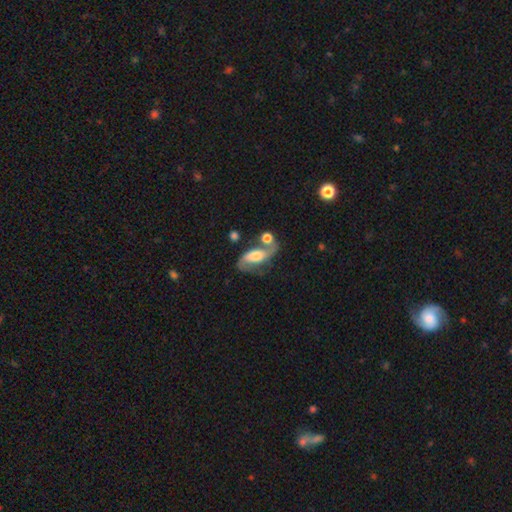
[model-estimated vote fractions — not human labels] Smooth or featured? featured or disk (77%)
Edge-on disk? no (94%)
Bar? no (42%)
Spiral arms? yes (92%)
Spiral winding? loose (56%)
Spiral arm count? 2 (90%)
Bulge size? moderate (47%)
Merging? none (48%)